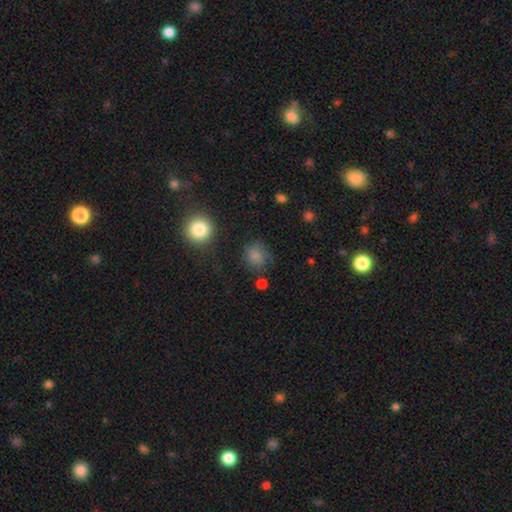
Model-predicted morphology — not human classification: This is likely a smooth galaxy (78%). How rounded: clearly round (80%). Merging: likely none (70%).